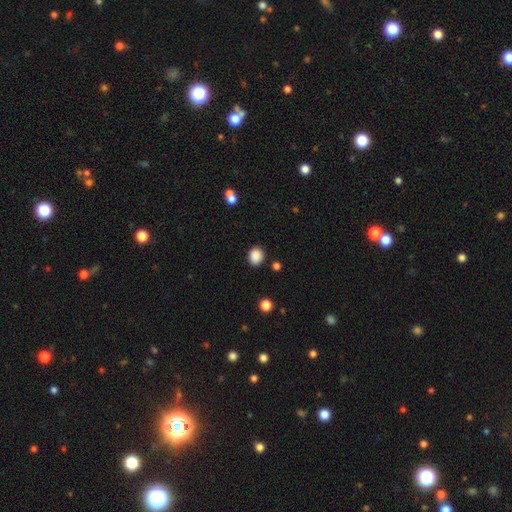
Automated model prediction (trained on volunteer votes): This is clearly a smooth galaxy (87%). How rounded: likely round (69%). Merging: clearly none (86%).